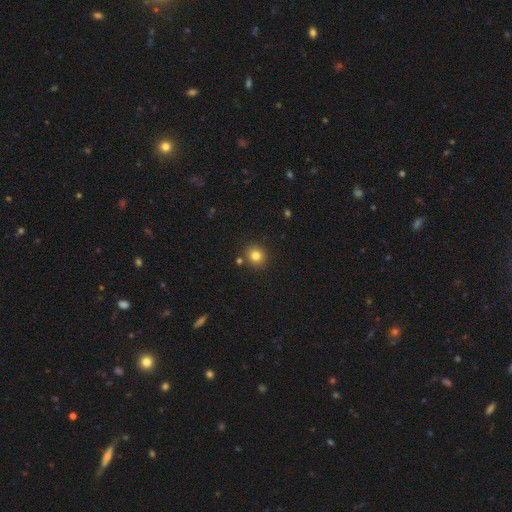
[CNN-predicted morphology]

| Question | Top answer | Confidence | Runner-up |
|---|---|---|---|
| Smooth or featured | smooth | 81% | star or artifact (12%) |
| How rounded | round | 86% | in between (13%) |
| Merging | none | 85% | minor disturbance (7%) |